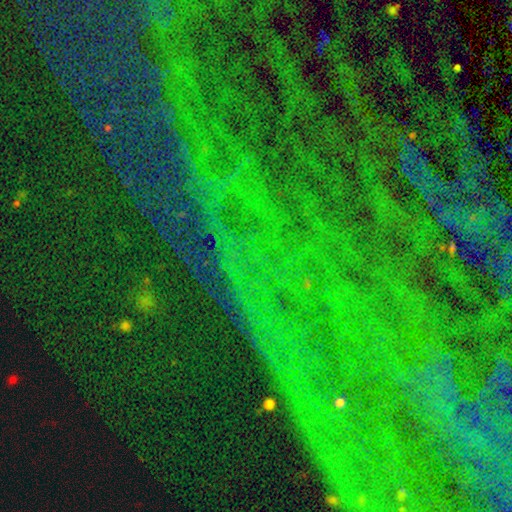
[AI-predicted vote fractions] Smooth or featured?
  - star or artifact: 85% *
  - featured or disk: 7%
  - smooth: 7%